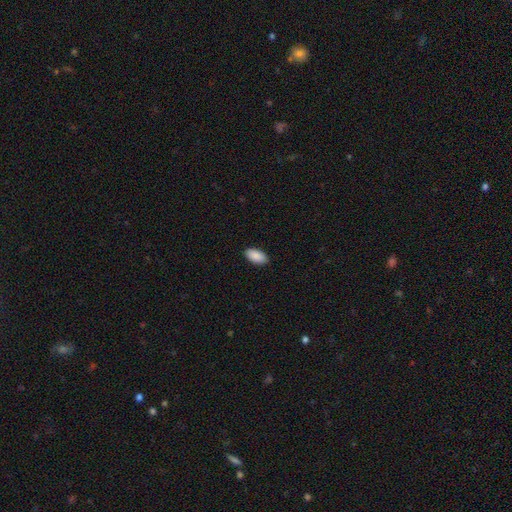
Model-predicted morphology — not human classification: type=smooth (90%); roundness=in between (95%); merging=none (90%).